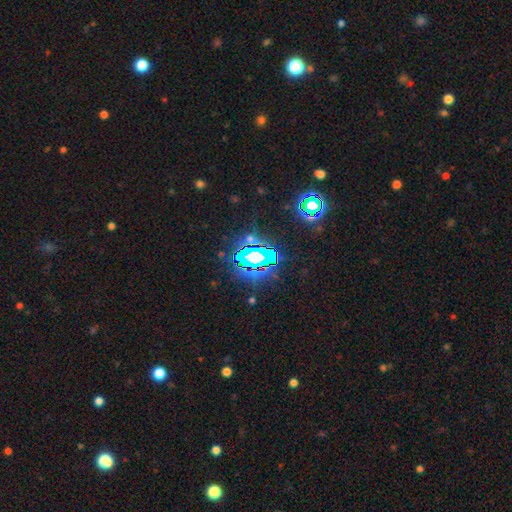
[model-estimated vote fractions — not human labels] smooth_or_featured: star or artifact (p=0.76) [alt: smooth p=0.13]